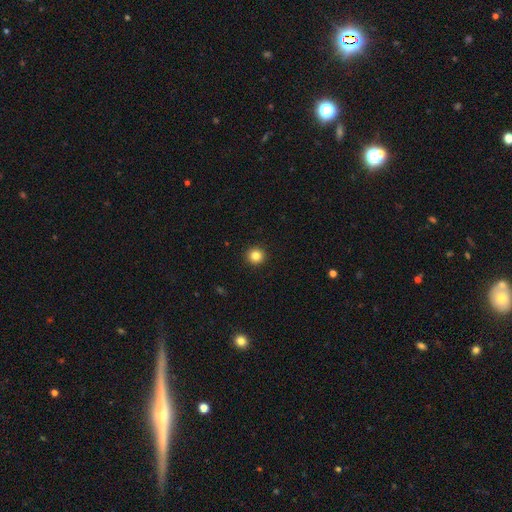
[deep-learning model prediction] Smooth or featured?
  - smooth: 84% *
  - star or artifact: 11%
  - featured or disk: 5%
How rounded?
  - round: 94% *
  - in between: 5%
  - cigar-shaped: 1%
Merging?
  - none: 94% *
  - minor disturbance: 4%
  - major disturbance: 1%
  - merger: 1%